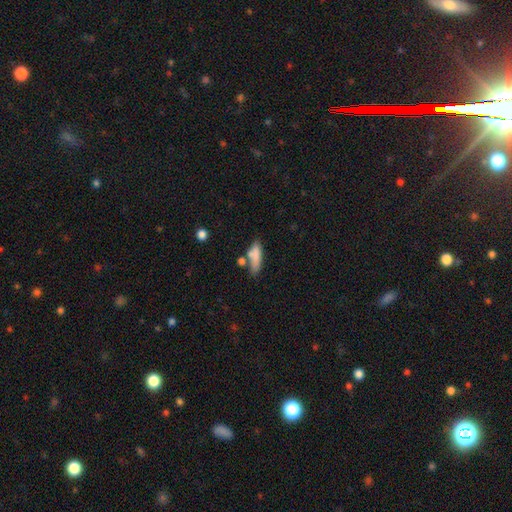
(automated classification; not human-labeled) The model was most divided on "how rounded": in between: 53%, cigar-shaped: 44%, round: 3%. More confident: smooth or featured — smooth (79%); merging — none (52%).